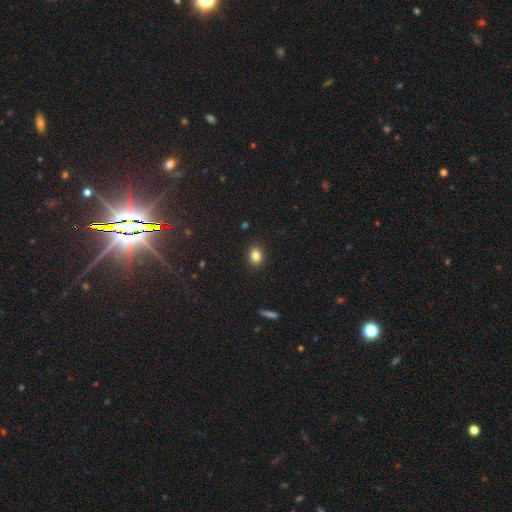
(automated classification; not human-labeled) A smooth galaxy with no disk features (83%) that is in between round and cigar-shaped (62%). Merging: none (87%).